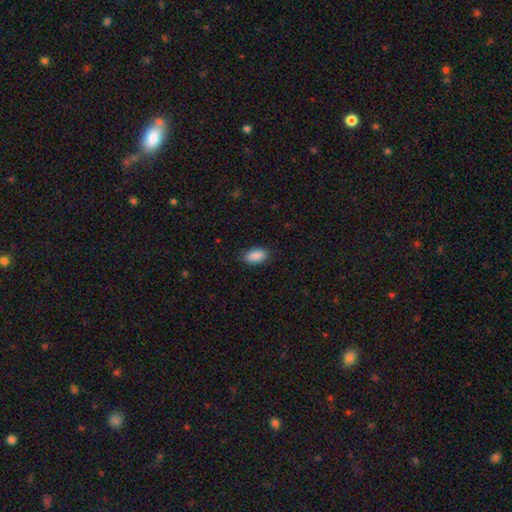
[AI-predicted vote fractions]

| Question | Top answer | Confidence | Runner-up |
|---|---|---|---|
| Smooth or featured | smooth | 90% | star or artifact (7%) |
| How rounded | in between | 92% | cigar-shaped (4%) |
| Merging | none | 86% | minor disturbance (11%) |